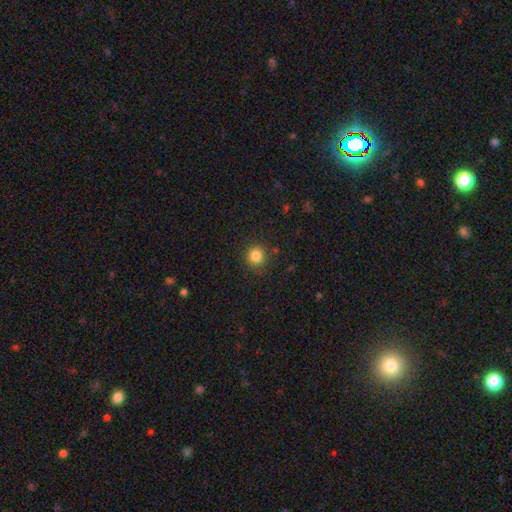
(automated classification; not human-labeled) This appears to be a smooth galaxy with no disk features (84%) that is round (92%). Merging: none (86%).